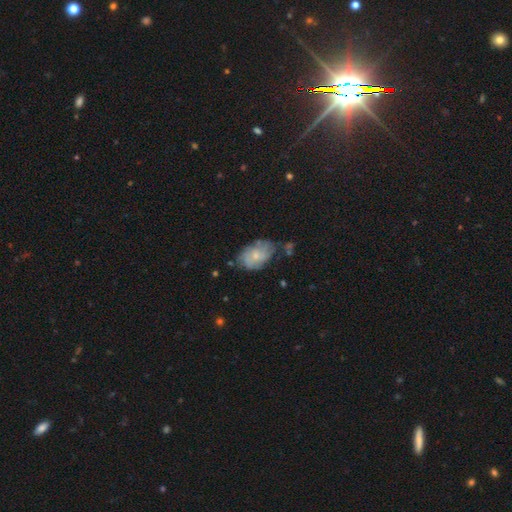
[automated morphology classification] Q: Smooth or featured?
A: featured or disk (53%); runner-up: smooth (39%)
Q: Edge-on disk?
A: no (96%); runner-up: yes (4%)
Q: Bar?
A: no (79%); runner-up: weak (19%)
Q: Spiral arms?
A: yes (68%); runner-up: no (32%)
Q: Bulge size?
A: small (65%); runner-up: moderate (27%)
Q: Merging?
A: none (56%); runner-up: minor disturbance (28%)